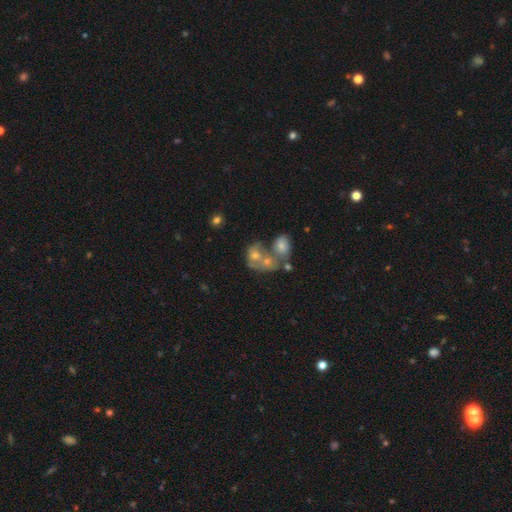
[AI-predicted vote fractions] Smooth or featured? featured or disk (42%)
Merging? merger (58%)